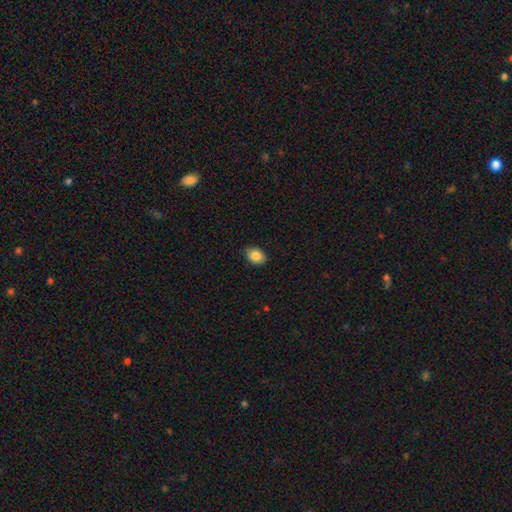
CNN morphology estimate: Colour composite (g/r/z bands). It shows a smooth galaxy with no disk features (86%) that is in between round and cigar-shaped (73%). Merging: none (84%).